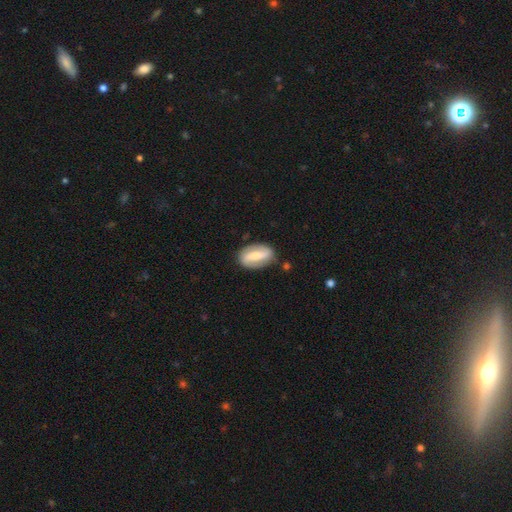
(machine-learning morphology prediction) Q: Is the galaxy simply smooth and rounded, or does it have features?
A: featured or disk — 62%.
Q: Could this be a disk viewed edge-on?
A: no — 93%.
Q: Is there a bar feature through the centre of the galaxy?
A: strong — 59%.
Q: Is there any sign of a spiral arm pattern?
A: yes — 78%.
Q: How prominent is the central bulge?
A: moderate — 47%.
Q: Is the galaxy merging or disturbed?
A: none — 81%.